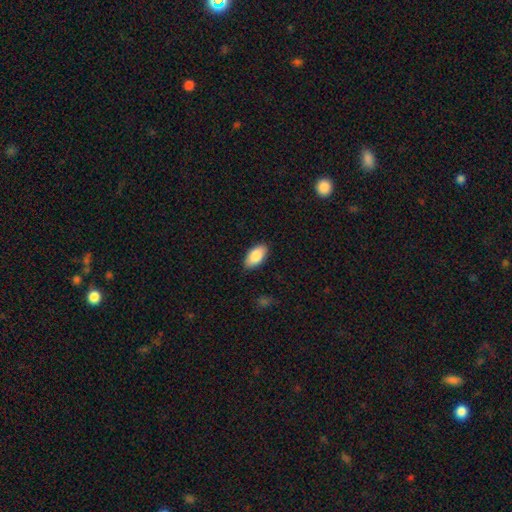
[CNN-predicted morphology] smooth 87%, featured or disk 7%, star or artifact 6%. Down the decision tree: how rounded — in between (94%); merging — none (87%).